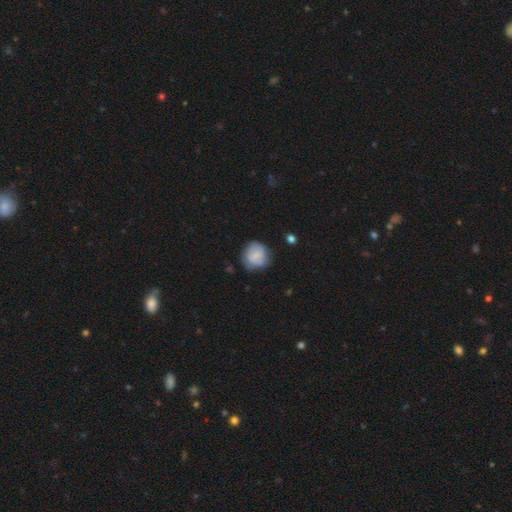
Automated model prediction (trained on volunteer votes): Smooth or featured? smooth (70%)
How rounded? round (86%)
Merging? none (67%)